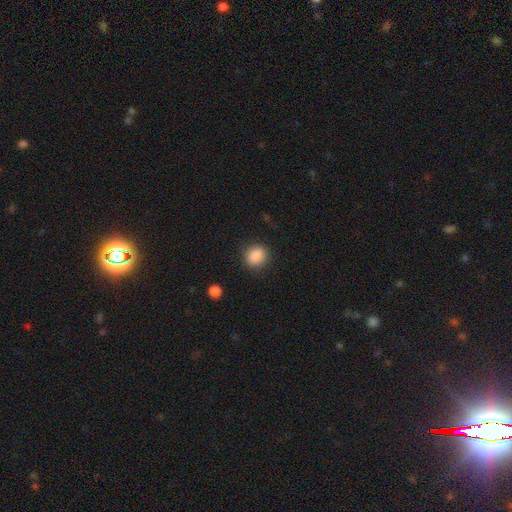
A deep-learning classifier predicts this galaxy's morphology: This is clearly a smooth galaxy (87%). How rounded: likely round (66%). Merging: clearly none (85%).